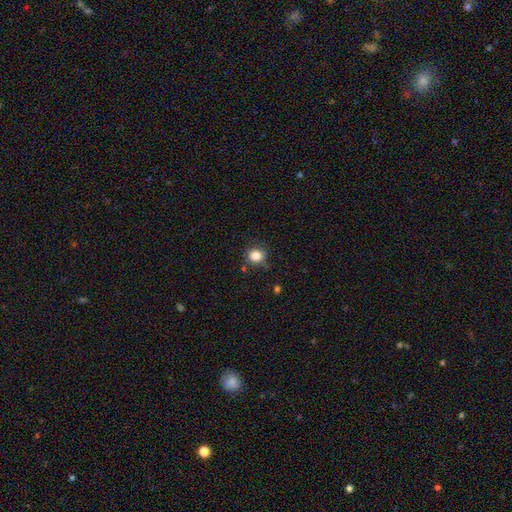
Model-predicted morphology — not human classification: This is clearly a smooth galaxy (84%). How rounded: likely round (79%). Merging: clearly none (81%).